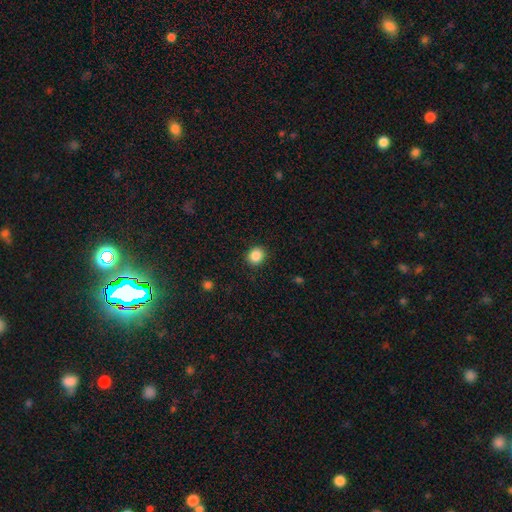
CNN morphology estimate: Q: Smooth or featured?
A: smooth (87%); runner-up: star or artifact (10%)
Q: How rounded?
A: round (78%); runner-up: in between (21%)
Q: Merging?
A: none (91%); runner-up: minor disturbance (6%)